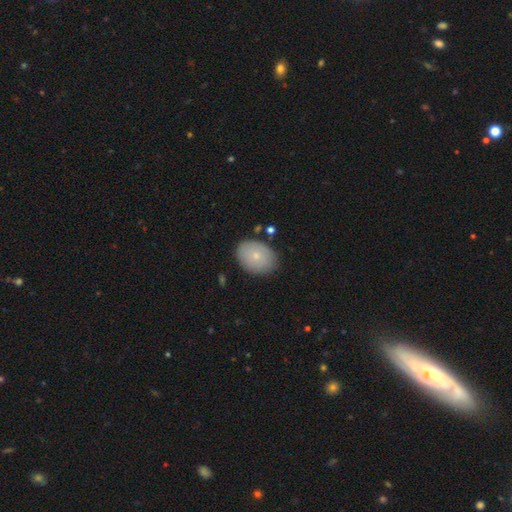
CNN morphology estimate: A smooth galaxy with no disk features (76%) that is in between round and cigar-shaped (73%). Merging: none (83%).